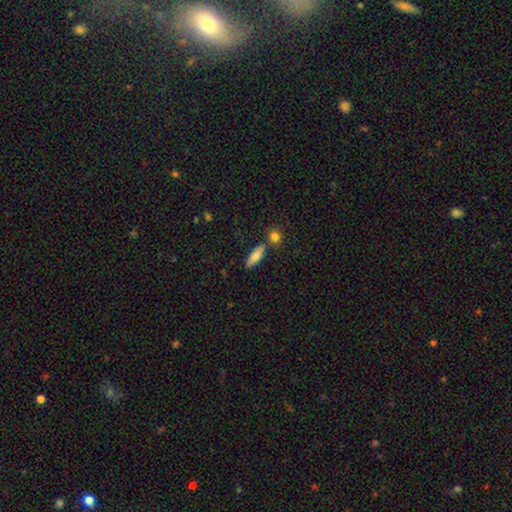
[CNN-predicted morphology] This appears to be a smooth galaxy with no disk features (82%) that is in between round and cigar-shaped (64%). Merging: none (72%).